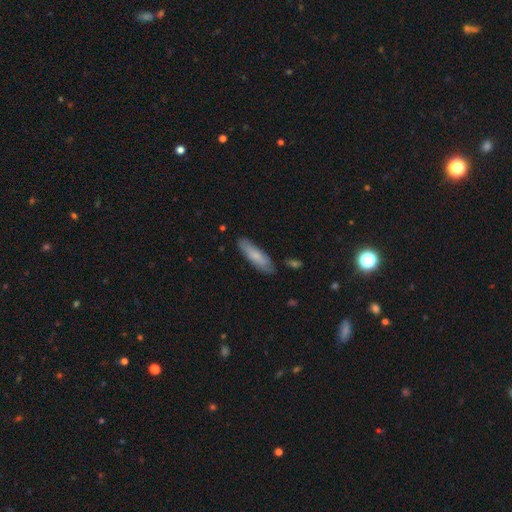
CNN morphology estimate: Smooth or featured? smooth (75%)
How rounded? cigar-shaped (63%)
Merging? none (80%)